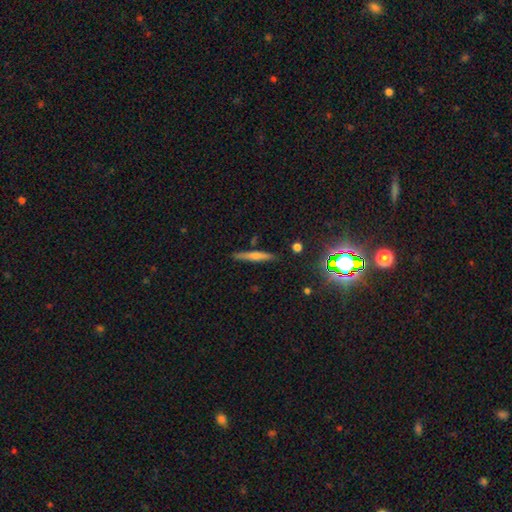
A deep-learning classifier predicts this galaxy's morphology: Smooth or featured: featured or disk — 46% (smooth — 37%)
Merging: none — 88% (minor disturbance — 8%)